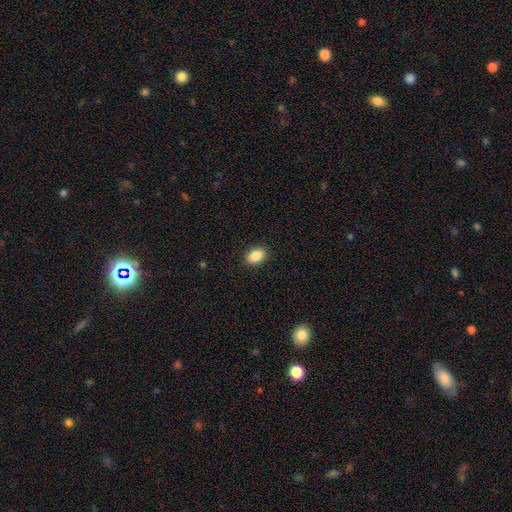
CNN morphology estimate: Q: Smooth or featured?
A: smooth (87%); runner-up: star or artifact (8%)
Q: How rounded?
A: in between (82%); runner-up: round (17%)
Q: Merging?
A: none (90%); runner-up: minor disturbance (7%)